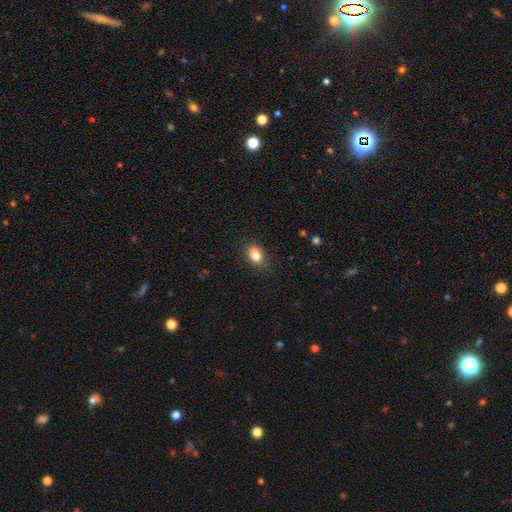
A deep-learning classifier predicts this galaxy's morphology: The model was most divided on "how rounded": in between: 73%, round: 25%, cigar-shaped: 2%. More confident: merging — none (83%); smooth or featured — smooth (82%).